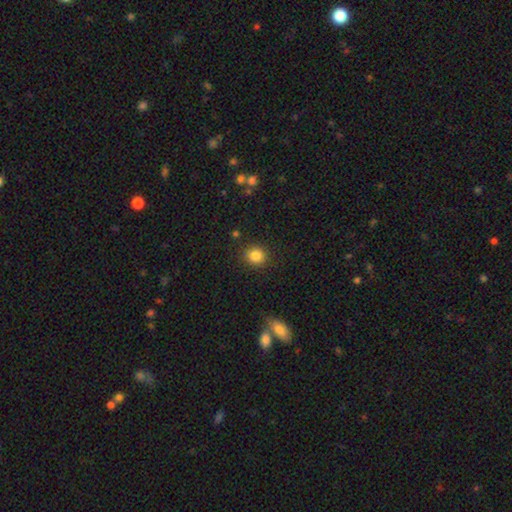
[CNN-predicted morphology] smooth-or-featured: smooth: 84% | star or artifact: 11% | featured or disk: 5%
  how-rounded: round: 84% | in between: 15% | cigar-shaped: 1%
  merging: none: 88% | minor disturbance: 8% | major disturbance: 3% | merger: 2%